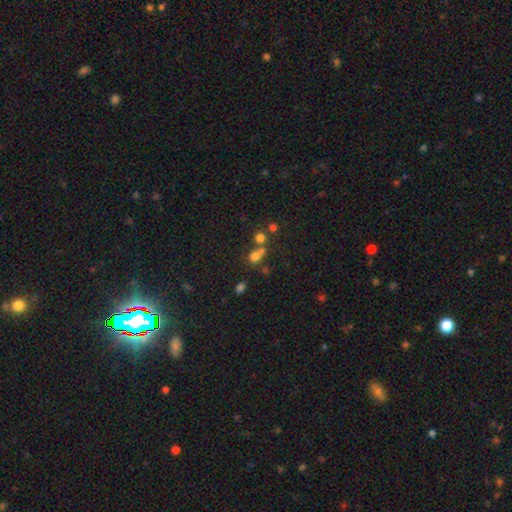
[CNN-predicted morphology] Smooth or featured: smooth — 69% (star or artifact — 20%)
How rounded: round — 60% (in between — 38%)
Merging: none — 45% (merger — 41%)